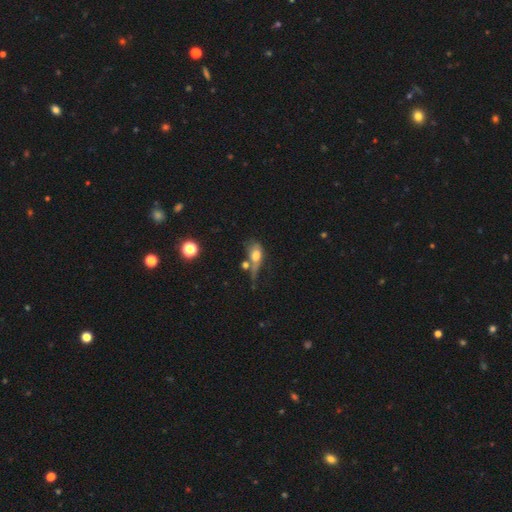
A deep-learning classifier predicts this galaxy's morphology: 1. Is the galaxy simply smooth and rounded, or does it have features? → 64% smooth, 26% featured or disk, 11% star or artifact.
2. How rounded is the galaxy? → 74% in between, 17% round, 10% cigar-shaped.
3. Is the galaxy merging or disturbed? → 29% merger, 28% major disturbance, 24% none, 19% minor disturbance.